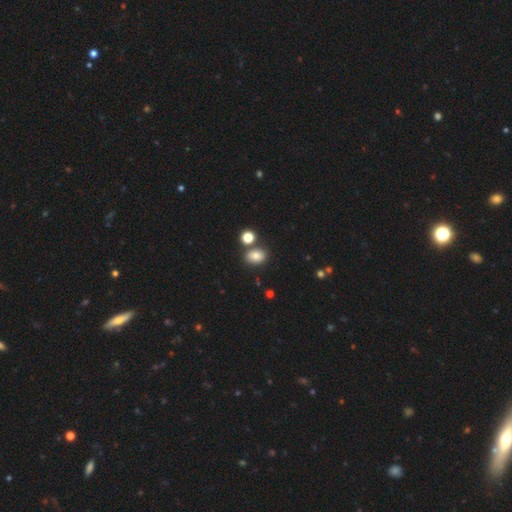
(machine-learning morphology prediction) Smooth or featured? smooth (80%)
How rounded? in between (66%)
Merging? none (72%)